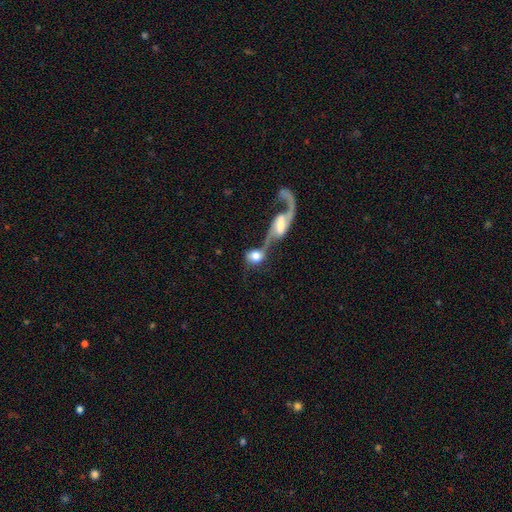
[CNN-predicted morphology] smooth-or-featured: smooth: 52% | featured or disk: 40% | star or artifact: 8%
  how-rounded: round: 49% | in between: 46% | cigar-shaped: 5%
  merging: merger: 68% | none: 16% | major disturbance: 10% | minor disturbance: 6%